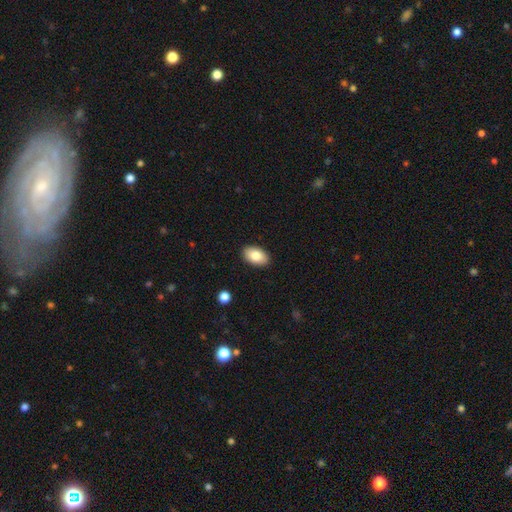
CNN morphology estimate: smooth_or_featured: smooth (p=0.82) [alt: featured or disk p=0.11]
how_rounded: in between (p=0.92) [alt: round p=0.06]
merging: none (p=0.90) [alt: minor disturbance p=0.08]